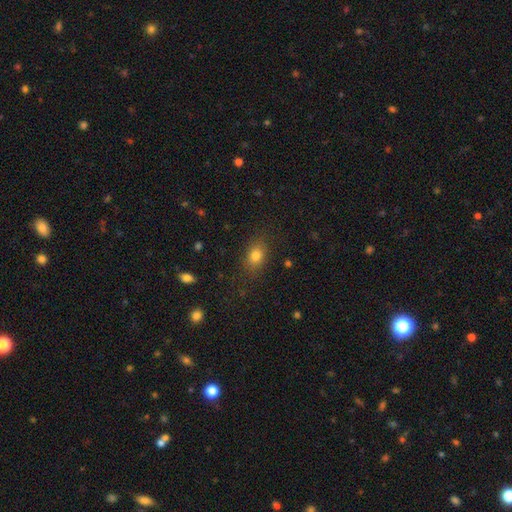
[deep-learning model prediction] This is clearly a smooth galaxy (81%). How rounded: likely in between (72%). Merging: clearly none (82%).